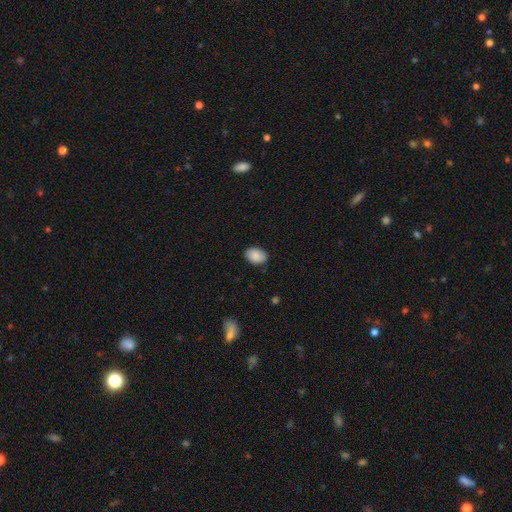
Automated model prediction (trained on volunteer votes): This is clearly a smooth galaxy (88%). How rounded: likely in between (79%). Merging: clearly none (85%).